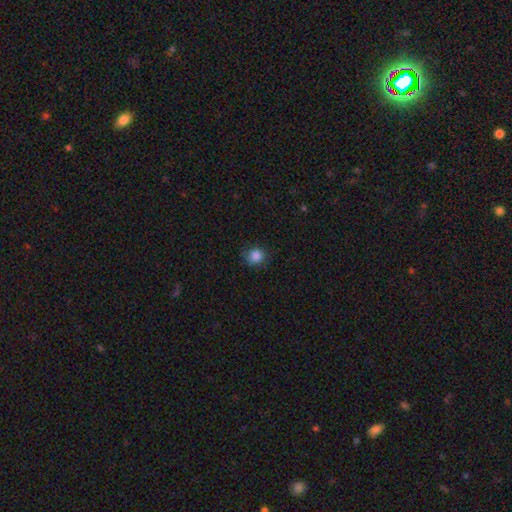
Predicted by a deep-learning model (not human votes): smooth_or_featured: smooth (p=0.86) [alt: star or artifact p=0.11]
how_rounded: round (p=0.85) [alt: in between p=0.14]
merging: none (p=0.81) [alt: minor disturbance p=0.14]